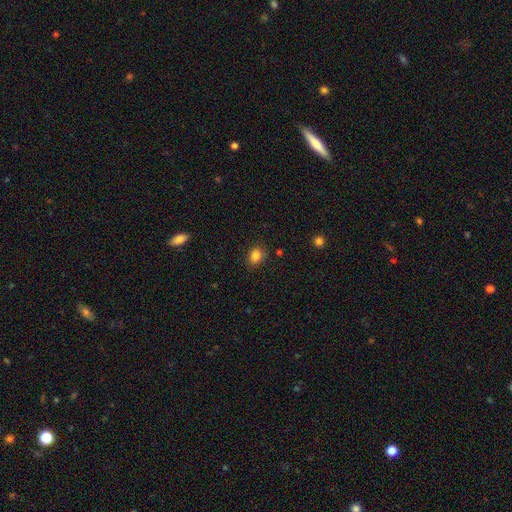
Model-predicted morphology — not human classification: smooth 84%, star or artifact 11%, featured or disk 5%. Down the decision tree: how rounded — in between (54%); merging — none (83%).